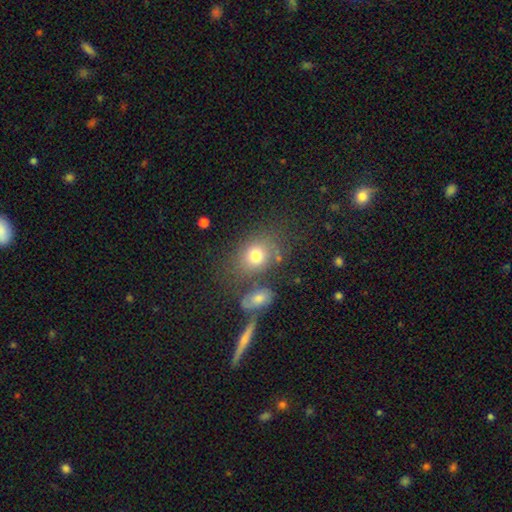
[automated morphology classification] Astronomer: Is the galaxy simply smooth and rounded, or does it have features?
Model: smooth — 73%.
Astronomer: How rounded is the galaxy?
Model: in between — 54% (runner-up: round, 44%).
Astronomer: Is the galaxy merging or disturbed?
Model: none — 61%.